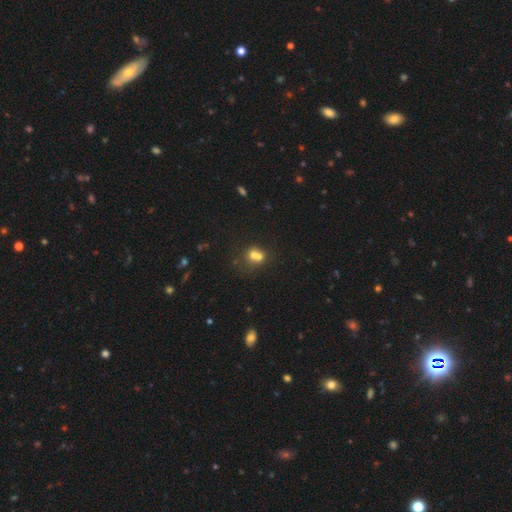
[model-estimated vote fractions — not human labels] Smooth or featured: smooth — 64% (featured or disk — 21%)
How rounded: round — 72% (in between — 27%)
Merging: merger — 62% (none — 28%)